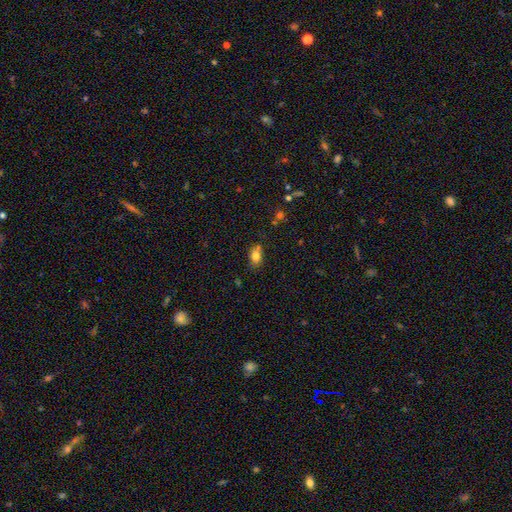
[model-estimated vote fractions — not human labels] Smooth or featured?
  - smooth: 80% *
  - star or artifact: 10%
  - featured or disk: 10%
How rounded?
  - in between: 78% *
  - round: 19%
  - cigar-shaped: 2%
Merging?
  - none: 67% *
  - minor disturbance: 20%
  - merger: 9%
  - major disturbance: 4%